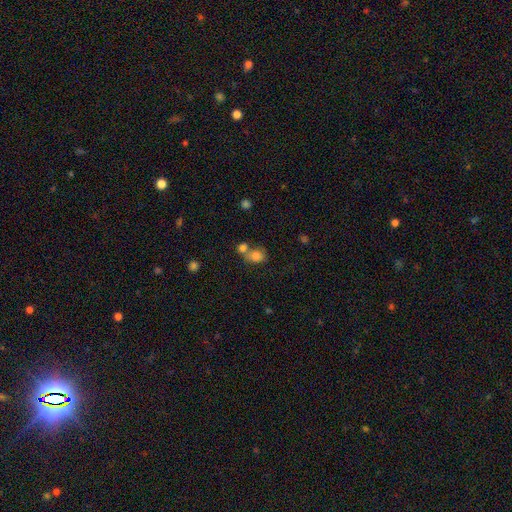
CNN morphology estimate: A smooth galaxy with no disk features (79%) that is round (54%).

Vote fractions:
- Smooth or featured? smooth: 79% / star or artifact: 11% / featured or disk: 10%
- How rounded? round: 54% / in between: 45% / cigar-shaped: 1%
- Merging? merger: 45% / none: 38% / minor disturbance: 12% / major disturbance: 6%